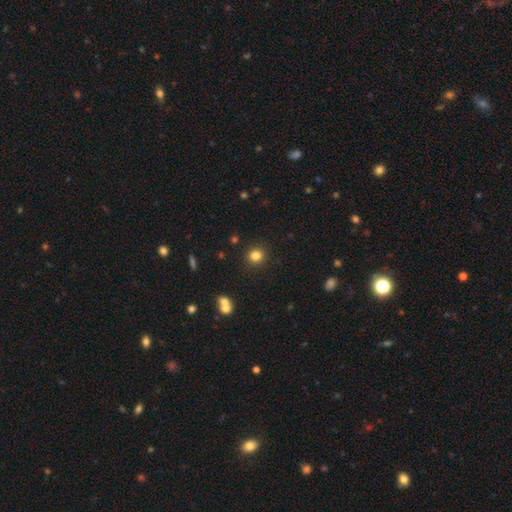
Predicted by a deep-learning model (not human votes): A smooth galaxy with no disk features (82%) that is round (87%). Merging: none (90%).